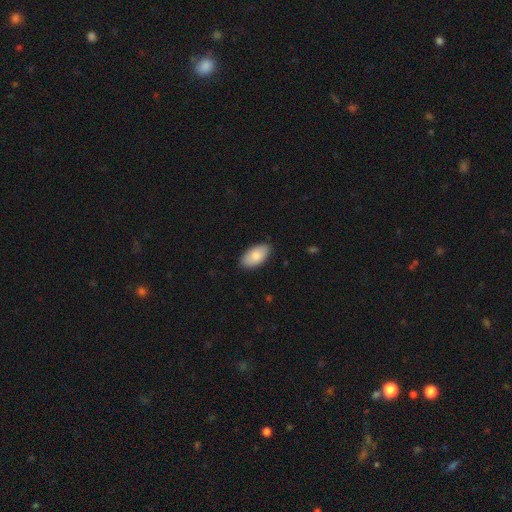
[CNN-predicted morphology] smooth 84%, featured or disk 10%, star or artifact 6%. Down the decision tree: how rounded — in between (95%); merging — none (84%).